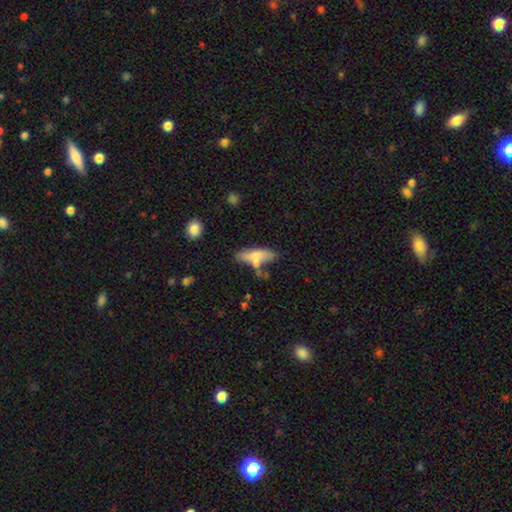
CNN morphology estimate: A smooth galaxy with no disk features (71%) that is in between round and cigar-shaped (50%). Merging: none (53%).